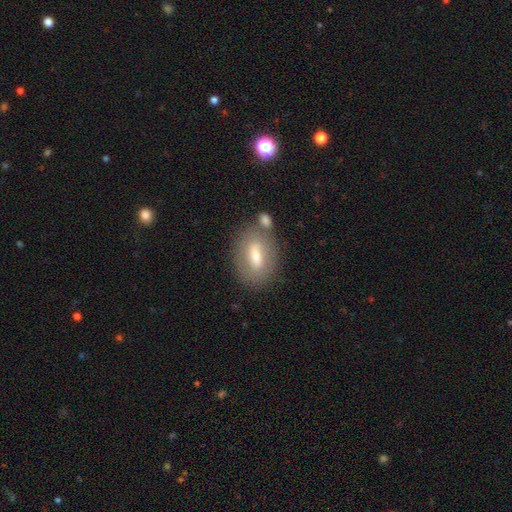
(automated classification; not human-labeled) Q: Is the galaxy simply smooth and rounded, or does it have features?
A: smooth — 60%.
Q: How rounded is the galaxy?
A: in between — 81%.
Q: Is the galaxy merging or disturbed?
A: none — 69%.